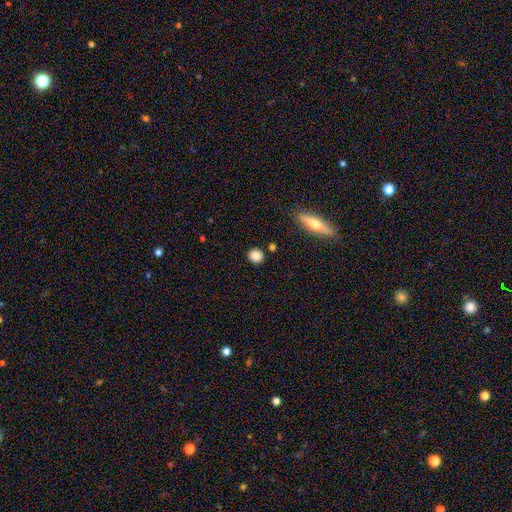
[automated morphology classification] Overall: smooth (85%). How rounded: round (86%). Merging: none (86%).